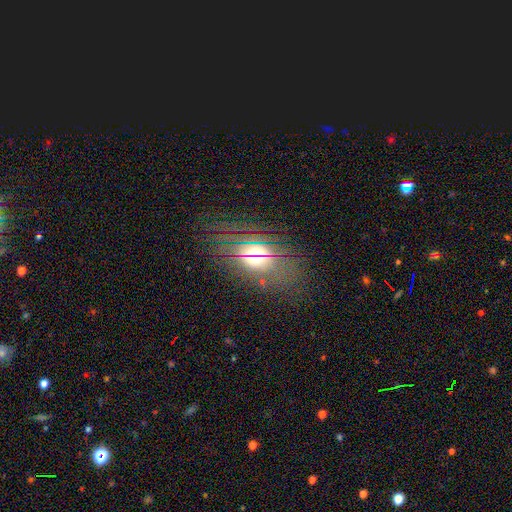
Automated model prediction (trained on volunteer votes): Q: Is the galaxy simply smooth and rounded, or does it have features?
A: smooth — 45%.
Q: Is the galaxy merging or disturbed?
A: none — 78%.